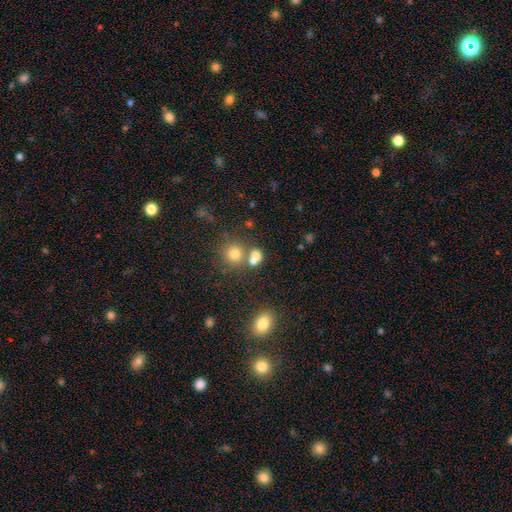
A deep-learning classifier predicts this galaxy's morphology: This appears to be a smooth galaxy with no disk features (72%) that is round (69%). Merging: none (45%).